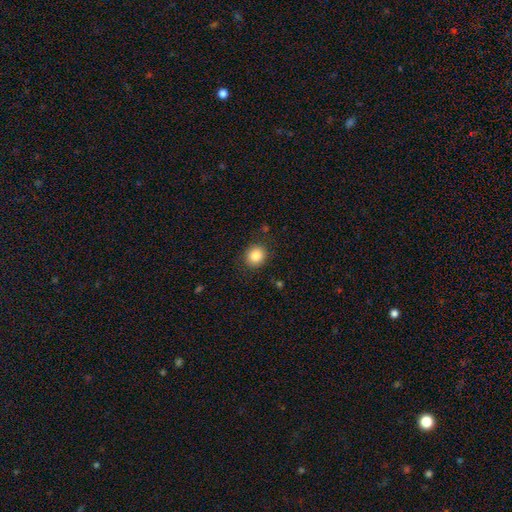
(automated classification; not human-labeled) Smooth or featured?
  - smooth: 85% *
  - star or artifact: 10%
  - featured or disk: 6%
How rounded?
  - round: 80% *
  - in between: 19%
  - cigar-shaped: 1%
Merging?
  - none: 88% *
  - minor disturbance: 8%
  - major disturbance: 3%
  - merger: 1%